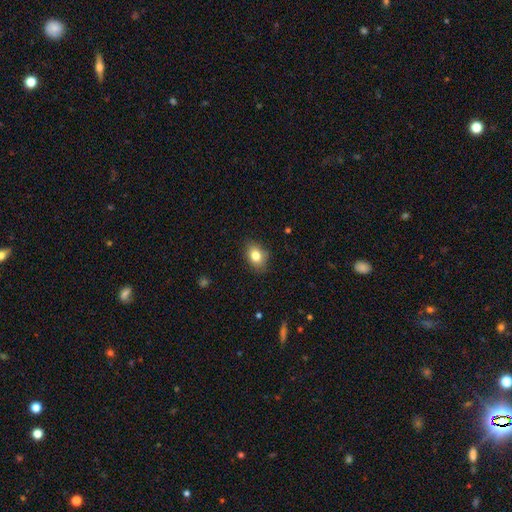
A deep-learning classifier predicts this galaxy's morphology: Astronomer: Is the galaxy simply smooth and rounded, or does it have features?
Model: smooth — 81%.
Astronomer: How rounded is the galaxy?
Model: in between — 74%.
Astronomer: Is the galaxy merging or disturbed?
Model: none — 83%.